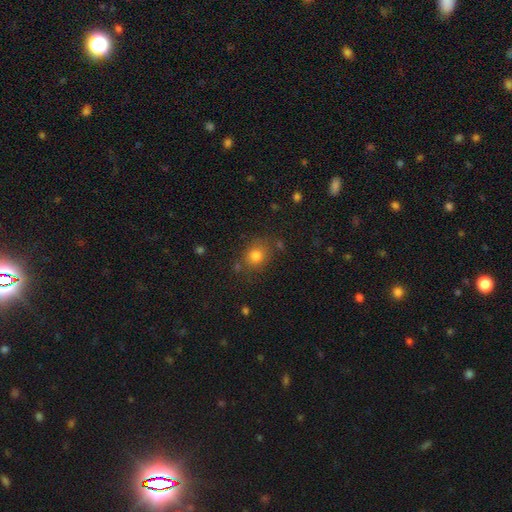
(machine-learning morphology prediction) smooth-or-featured: smooth: 79% | star or artifact: 14% | featured or disk: 7%
  how-rounded: round: 71% | in between: 28% | cigar-shaped: 1%
  merging: none: 77% | minor disturbance: 13% | merger: 5% | major disturbance: 5%